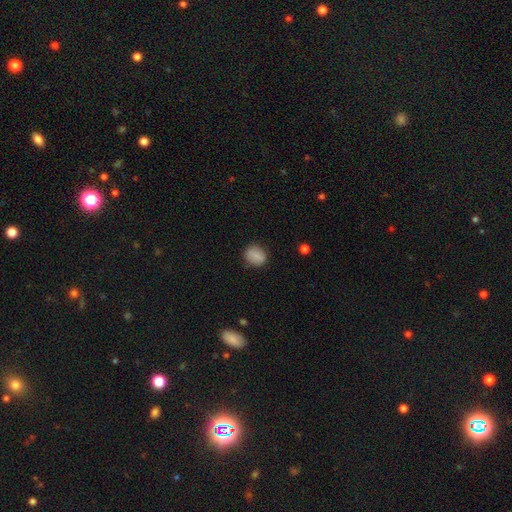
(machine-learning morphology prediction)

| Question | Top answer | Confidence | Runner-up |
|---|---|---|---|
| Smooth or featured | smooth | 85% | star or artifact (8%) |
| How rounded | round | 57% | in between (42%) |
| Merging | none | 83% | minor disturbance (12%) |